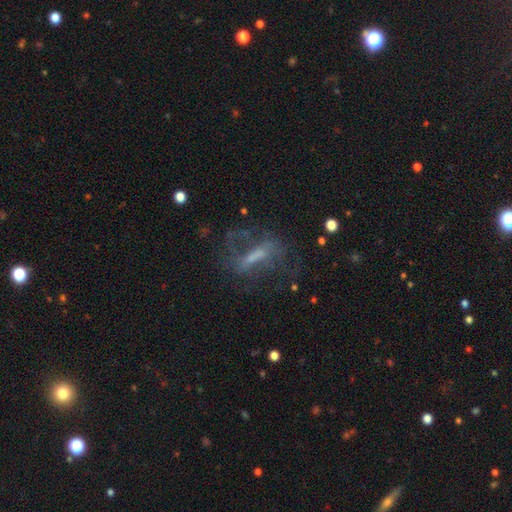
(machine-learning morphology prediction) The model was most divided on "bulge size": none: 37%, small: 28%, moderate: 26%, large: 7%, dominant: 2%. Remaining: edge-on disk — no (83%); smooth or featured — featured or disk (61%); spiral arms — yes (56%); merging — none (50%); bar — strong (47%).